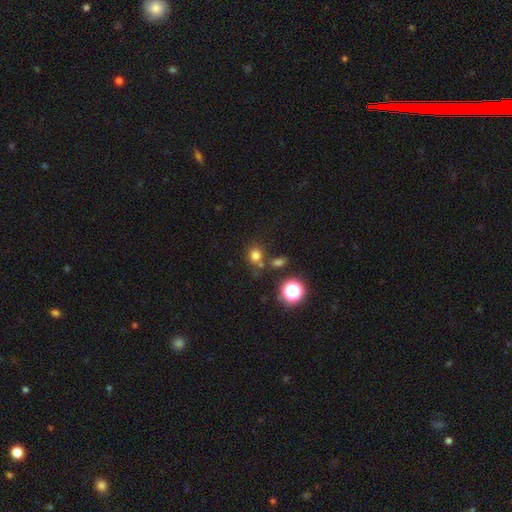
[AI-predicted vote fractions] This appears to be a smooth galaxy with no disk features (73%) that is round (80%). Merging: none (67%).